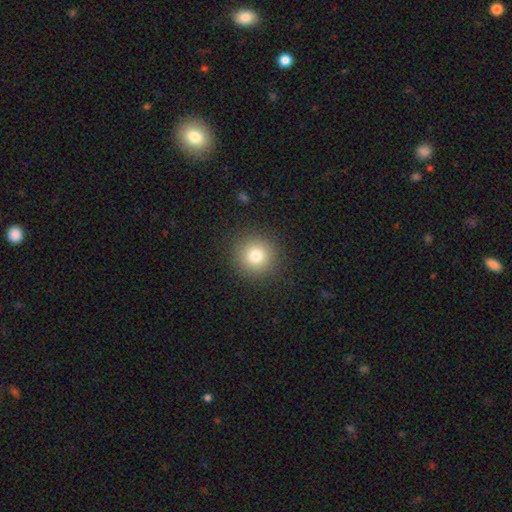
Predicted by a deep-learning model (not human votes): This appears to be a smooth galaxy with no disk features (79%) that is round (94%). Merging: none (90%).